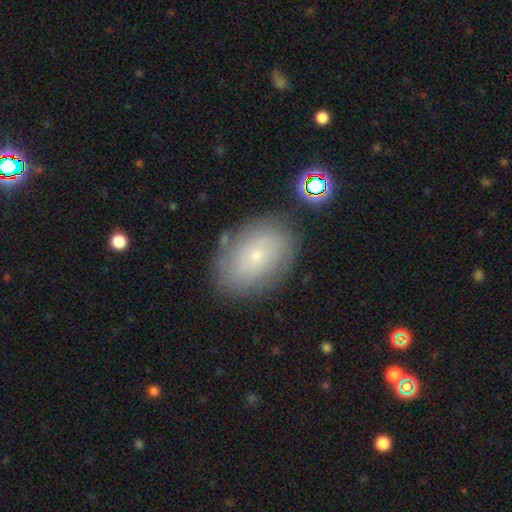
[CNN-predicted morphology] Q: Smooth or featured?
A: smooth (49%); runner-up: featured or disk (40%)
Q: Merging?
A: none (78%); runner-up: minor disturbance (15%)